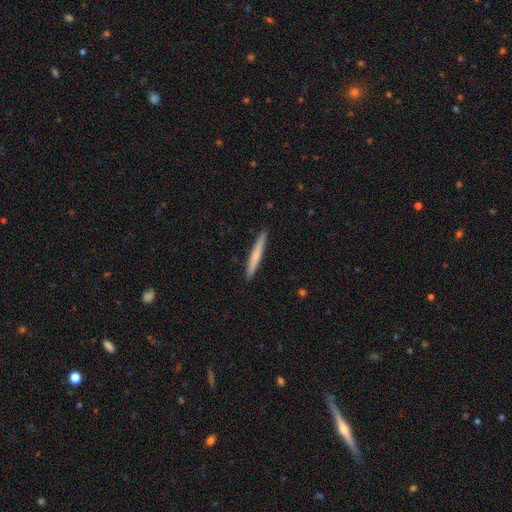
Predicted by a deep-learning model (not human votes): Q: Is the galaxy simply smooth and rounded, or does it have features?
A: smooth — 66%.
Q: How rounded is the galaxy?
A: cigar-shaped — 97%.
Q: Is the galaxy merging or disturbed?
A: none — 92%.